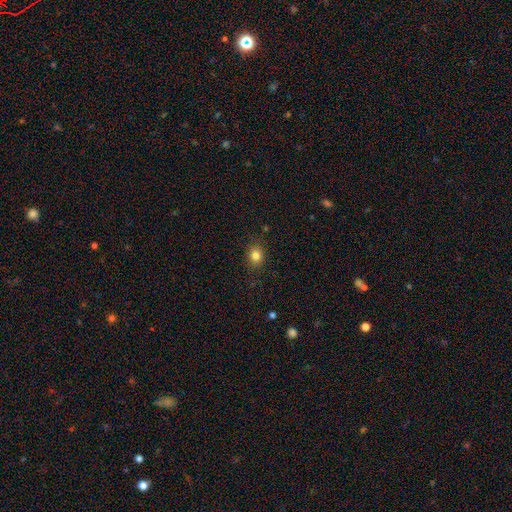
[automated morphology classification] The model was most divided on "how rounded": round: 68%, in between: 31%, cigar-shaped: 1%. More confident: merging — none (87%); smooth or featured — smooth (83%).